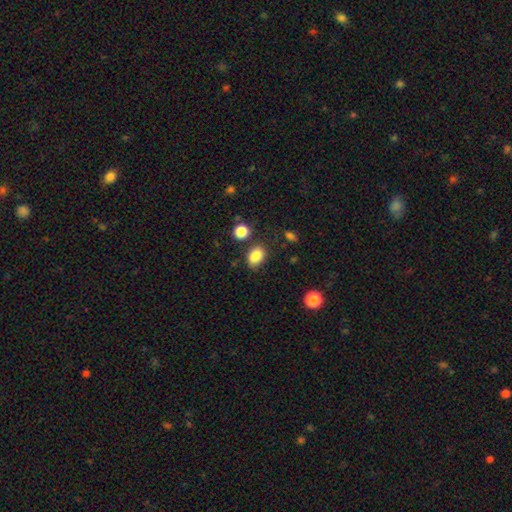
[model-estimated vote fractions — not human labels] smooth 86%, star or artifact 9%, featured or disk 5%. Down the decision tree: how rounded — in between (75%); merging — none (78%).